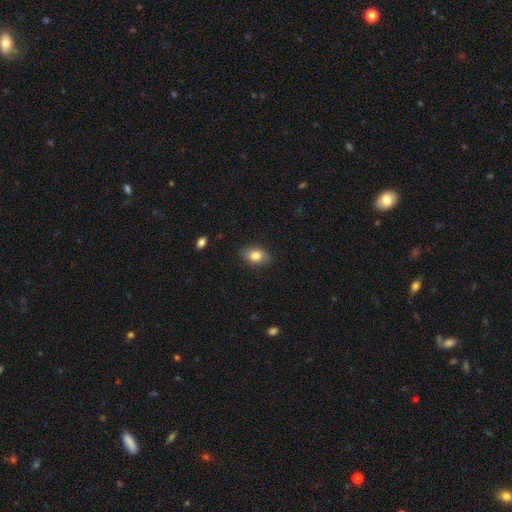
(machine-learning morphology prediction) This is clearly a smooth galaxy (81%). How rounded: clearly in between (82%). Merging: clearly none (86%).